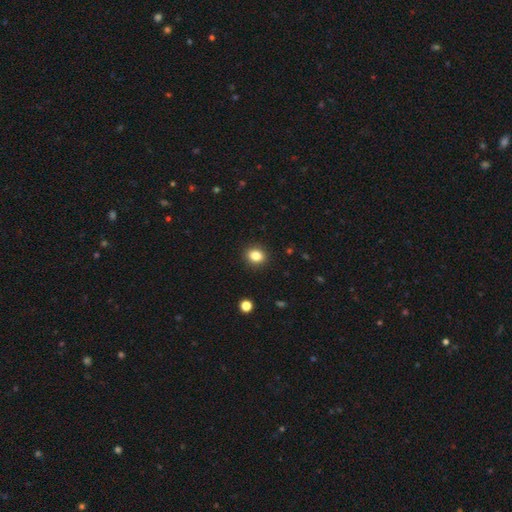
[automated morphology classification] Smooth or featured? Predicted: smooth (p=0.83). How rounded? Predicted: round (p=0.62). Merging? Predicted: none (p=0.91).